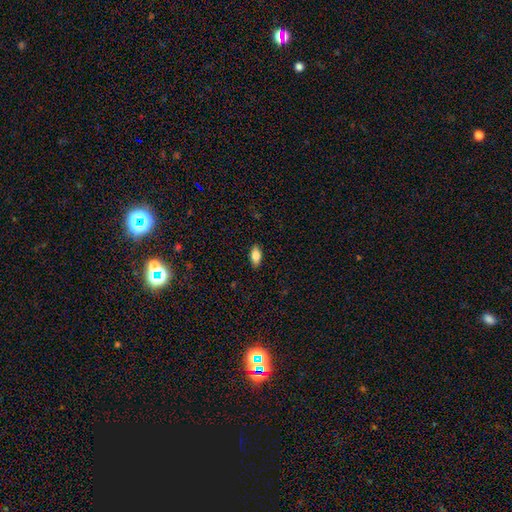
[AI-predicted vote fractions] Overall: smooth (83%). How rounded: in between (90%). Merging: none (89%).